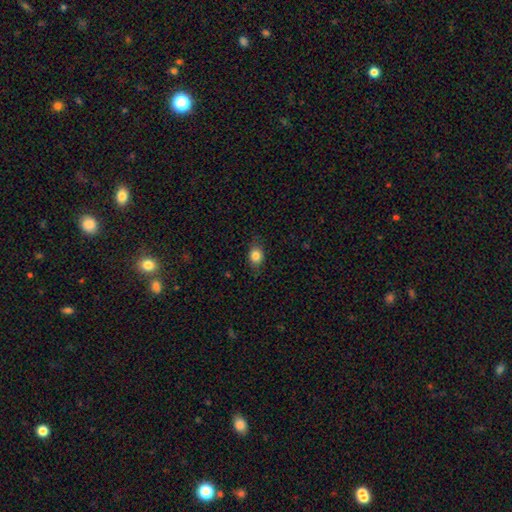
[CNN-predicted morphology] Smooth or featured? smooth (83%)
How rounded? in between (59%)
Merging? none (80%)